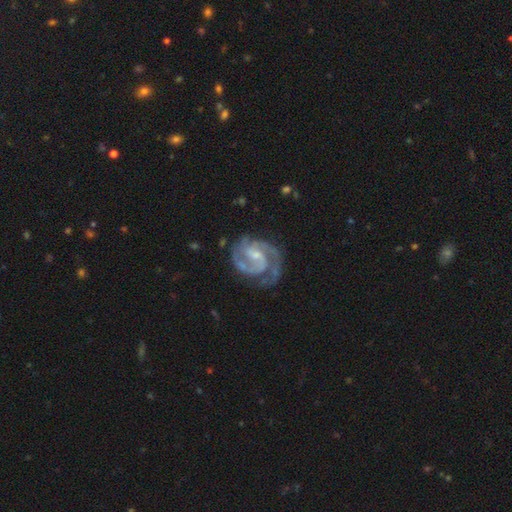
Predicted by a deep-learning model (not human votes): A featured or disk galaxy (92%) with a weak bar (53%), 2 (77%) medium (48%) spiral arms (98%) and a small central bulge (55%). Merging: none (65%).